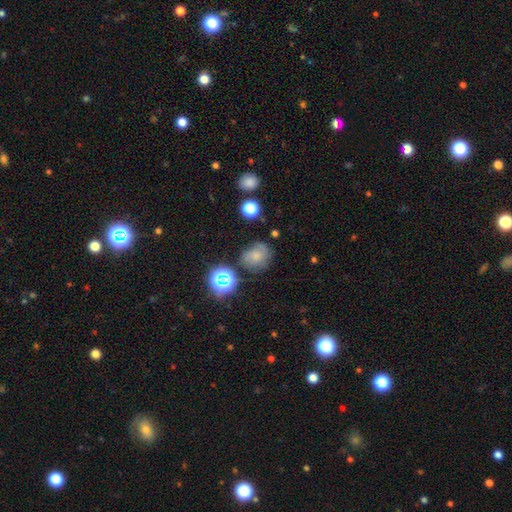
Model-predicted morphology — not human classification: A smooth galaxy with no disk features (54%) that is round (69%). Merging: none (57%).